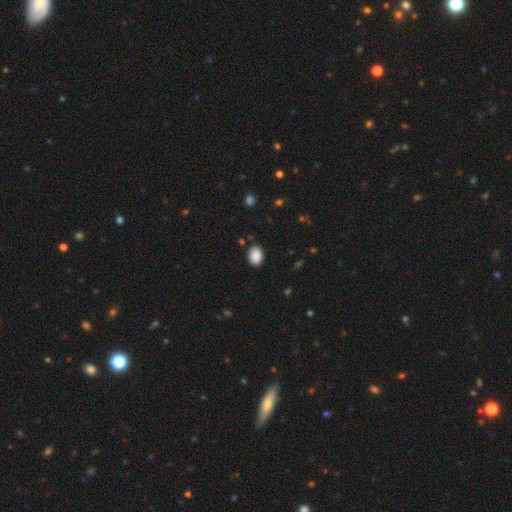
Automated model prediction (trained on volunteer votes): A smooth galaxy with no disk features (89%) that is in between round and cigar-shaped (70%).

Vote fractions:
- Smooth or featured? smooth: 89% / star or artifact: 8% / featured or disk: 3%
- How rounded? in between: 70% / round: 29% / cigar-shaped: 1%
- Merging? none: 86% / minor disturbance: 10% / major disturbance: 3% / merger: 2%